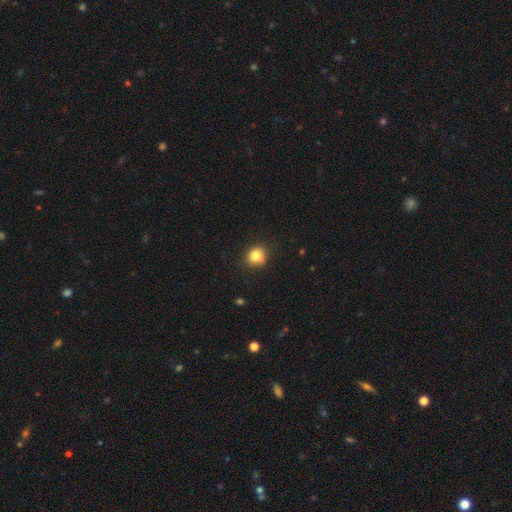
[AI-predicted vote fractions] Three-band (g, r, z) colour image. It shows a smooth galaxy with no disk features (81%) that is round (81%). Merging: none (77%).